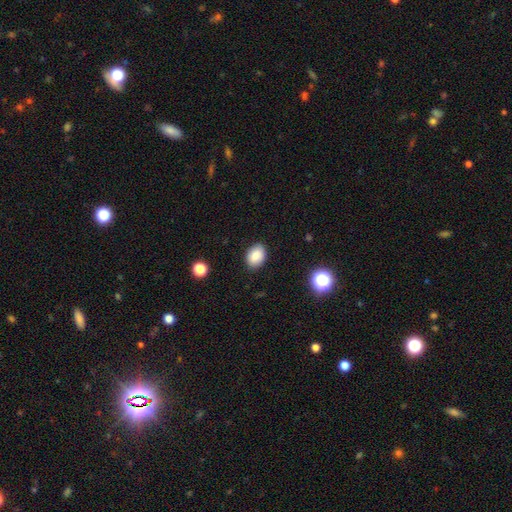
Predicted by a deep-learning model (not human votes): This appears to be a smooth galaxy with no disk features (86%) that is in between round and cigar-shaped (78%). Merging: none (86%).